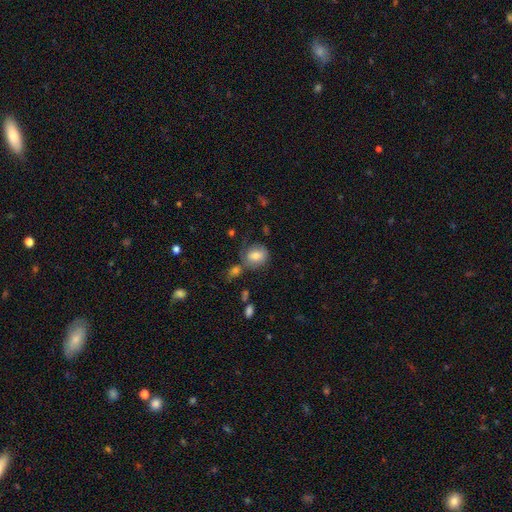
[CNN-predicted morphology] A smooth galaxy with no disk features (72%) that is round (64%).

Vote fractions:
- Smooth or featured? smooth: 72% / featured or disk: 19% / star or artifact: 9%
- How rounded? round: 64% / in between: 35% / cigar-shaped: 1%
- Merging? none: 51% / minor disturbance: 20% / merger: 17% / major disturbance: 11%